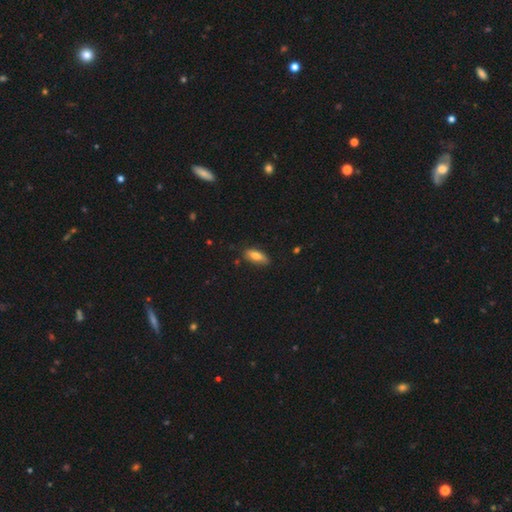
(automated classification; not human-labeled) Q: Smooth or featured?
A: smooth (77%); runner-up: featured or disk (16%)
Q: How rounded?
A: in between (74%); runner-up: cigar-shaped (23%)
Q: Merging?
A: none (77%); runner-up: minor disturbance (18%)